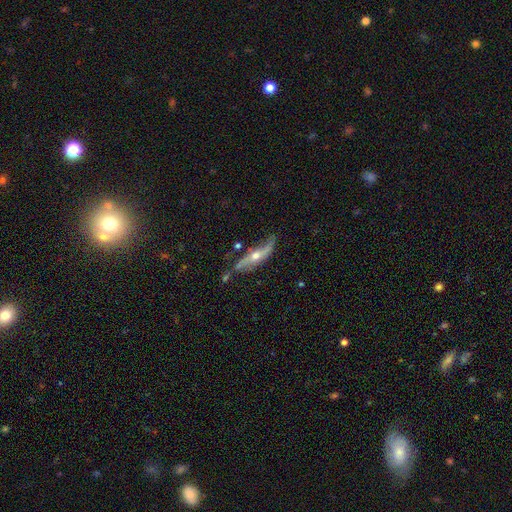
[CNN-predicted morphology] This appears to be a featured or disk galaxy (77%). Merging: none (55%).